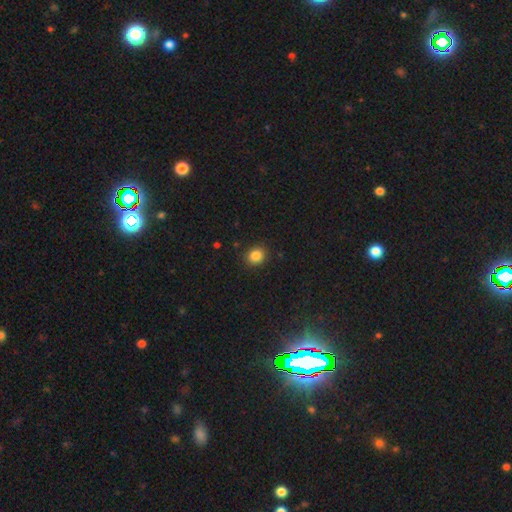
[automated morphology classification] A smooth galaxy with no disk features (85%) that is round (71%).

Vote fractions:
- Smooth or featured? smooth: 85% / star or artifact: 11% / featured or disk: 4%
- How rounded? round: 71% / in between: 28% / cigar-shaped: 1%
- Merging? none: 88% / minor disturbance: 8% / major disturbance: 2% / merger: 1%